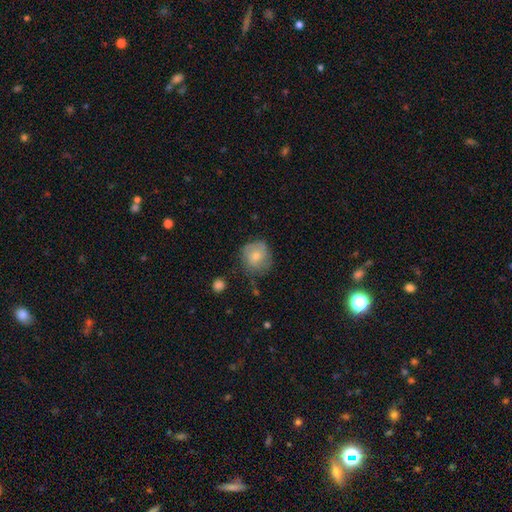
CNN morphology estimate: Smooth or featured: smooth — 72% (featured or disk — 21%)
How rounded: round — 84% (in between — 15%)
Merging: none — 60% (minor disturbance — 28%)